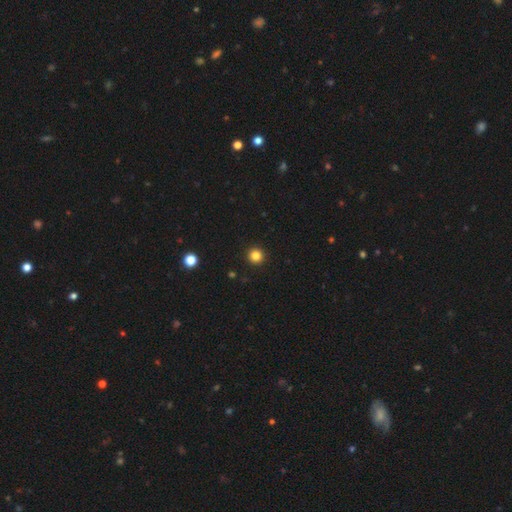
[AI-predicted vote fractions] This is clearly a smooth galaxy (83%). How rounded: clearly round (96%). Merging: clearly none (94%).